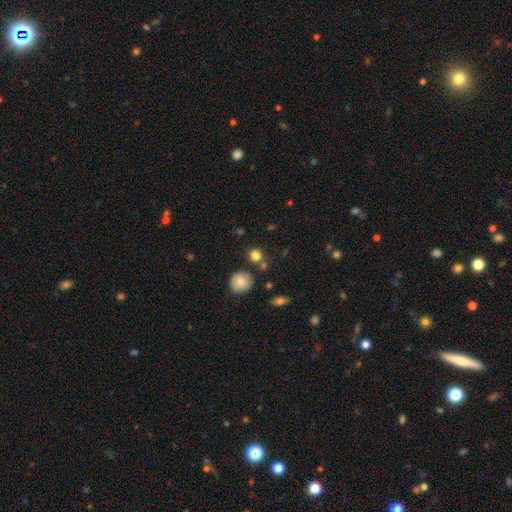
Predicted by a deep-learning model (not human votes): Smooth or featured: smooth — 82% (star or artifact — 11%)
How rounded: round — 88% (in between — 11%)
Merging: none — 74% (merger — 12%)